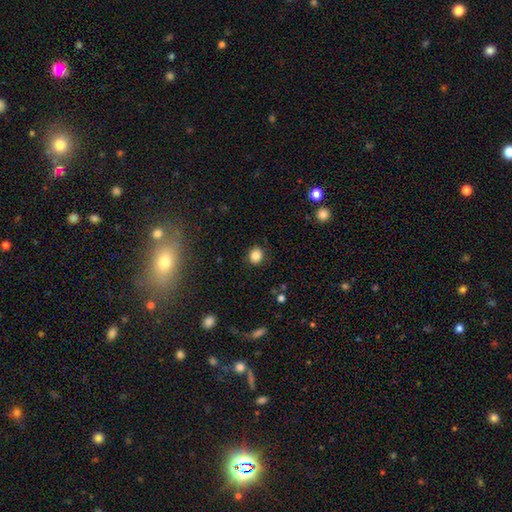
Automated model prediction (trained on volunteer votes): smooth 84%, star or artifact 11%, featured or disk 5%. Down the decision tree: how rounded — round (80%); merging — none (89%).